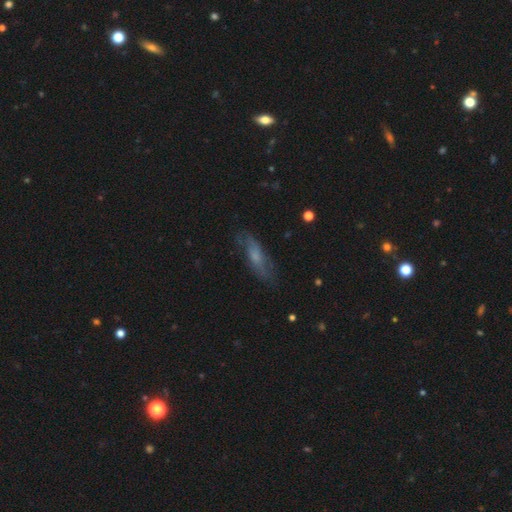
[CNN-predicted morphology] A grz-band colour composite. It shows a featured or disk galaxy (46%). Merging: none (69%).